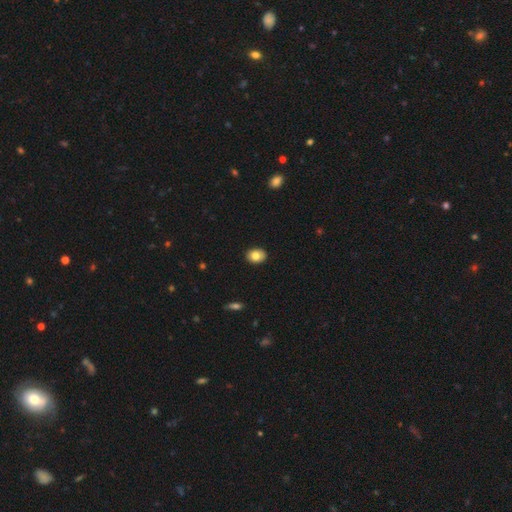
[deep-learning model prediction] Smooth or featured: smooth — 81% (featured or disk — 11%)
How rounded: in between — 65% (round — 34%)
Merging: none — 89% (minor disturbance — 8%)